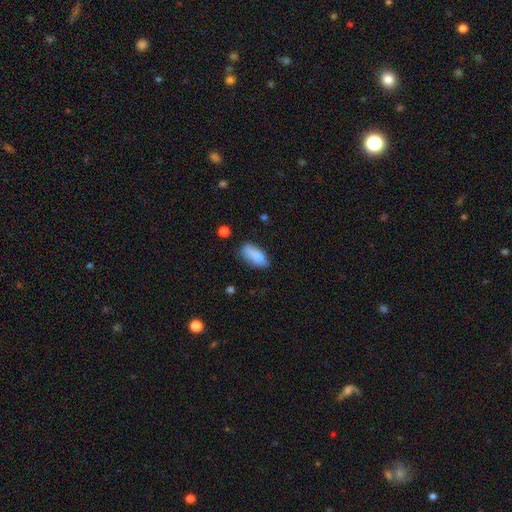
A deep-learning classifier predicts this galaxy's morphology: smooth 83%, featured or disk 9%, star or artifact 8%. Down the decision tree: how rounded — in between (85%); merging — none (61%).